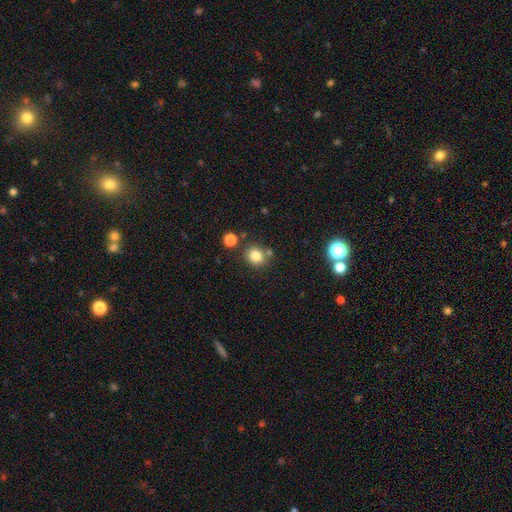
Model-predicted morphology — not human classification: Overall: smooth (81%). How rounded: round (77%). Merging: none (75%).